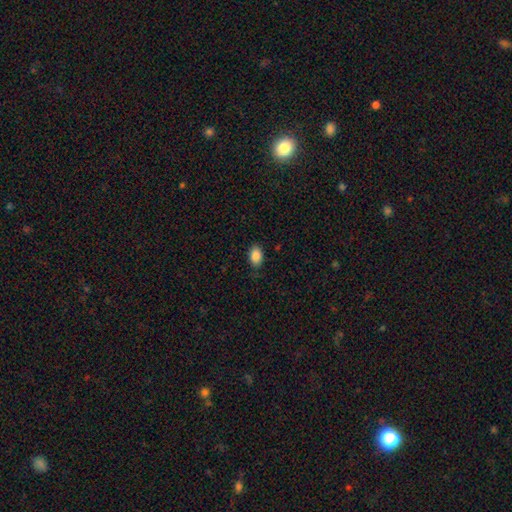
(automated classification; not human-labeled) Smooth or featured: smooth — 88% (star or artifact — 8%)
How rounded: in between — 88% (round — 11%)
Merging: none — 84% (minor disturbance — 13%)